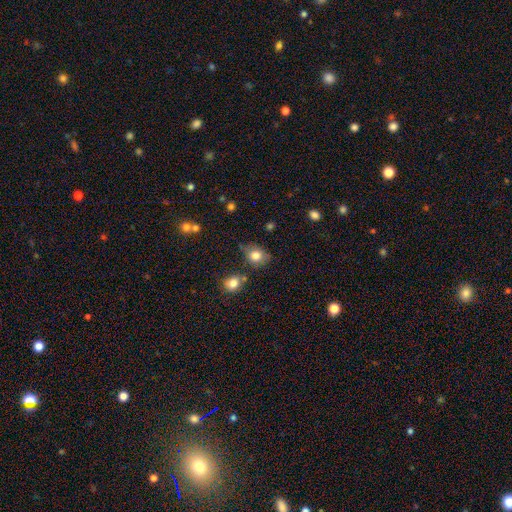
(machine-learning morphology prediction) Q: Smooth or featured?
A: smooth (81%); runner-up: star or artifact (10%)
Q: How rounded?
A: round (52%); runner-up: in between (47%)
Q: Merging?
A: none (67%); runner-up: minor disturbance (22%)